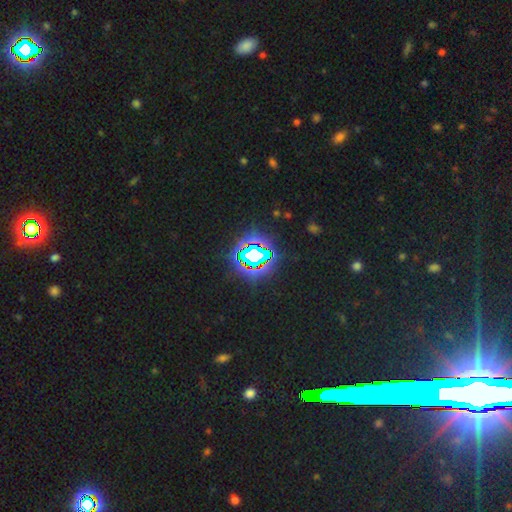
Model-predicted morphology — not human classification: Overall: star or artifact (75%).